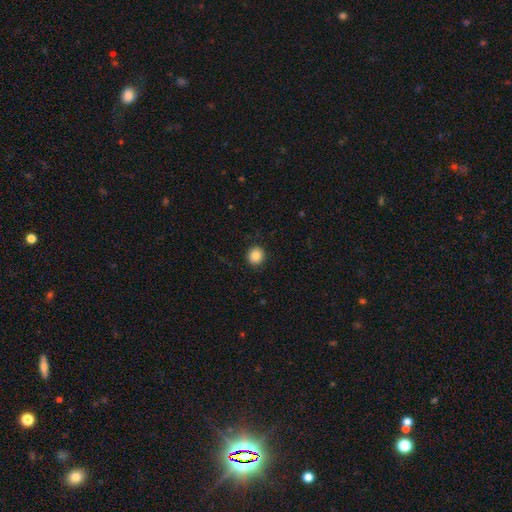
Smooth or featured? smooth (90%)
How rounded? round (89%)
Merging? none (92%)